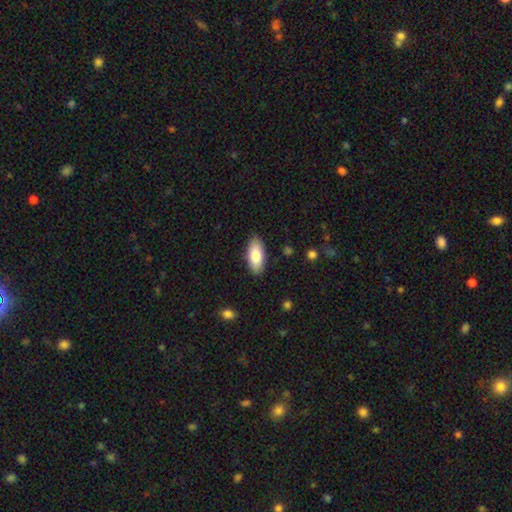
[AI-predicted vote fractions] A smooth galaxy with no disk features (82%) that is in between round and cigar-shaped (88%).

Vote fractions:
- Smooth or featured? smooth: 82% / featured or disk: 13% / star or artifact: 6%
- How rounded? in between: 88% / cigar-shaped: 10% / round: 2%
- Merging? none: 87% / minor disturbance: 10% / major disturbance: 2% / merger: 1%